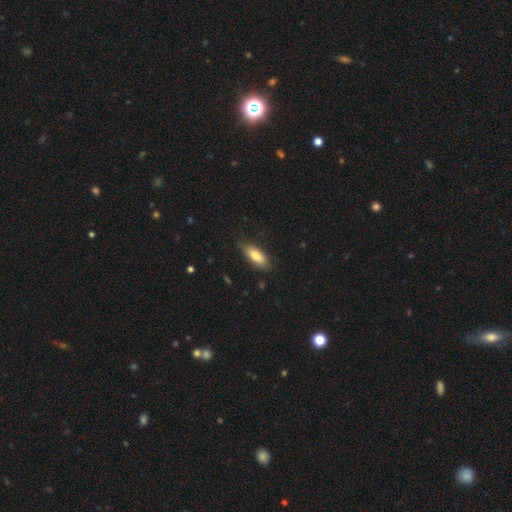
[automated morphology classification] A smooth galaxy with no disk features (79%) that is in between round and cigar-shaped (73%).

Vote fractions:
- Smooth or featured? smooth: 79% / featured or disk: 15% / star or artifact: 6%
- How rounded? in between: 73% / cigar-shaped: 25% / round: 2%
- Merging? none: 78% / minor disturbance: 17% / major disturbance: 3% / merger: 1%